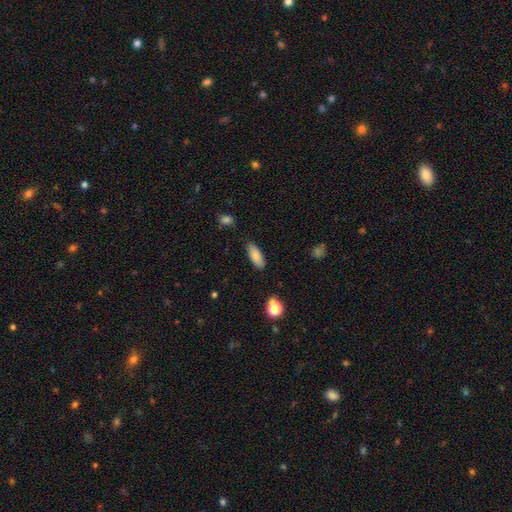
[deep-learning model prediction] smooth_or_featured: smooth (p=0.81) [alt: featured or disk p=0.12]
how_rounded: in between (p=0.79) [alt: cigar-shaped p=0.18]
merging: none (p=0.84) [alt: minor disturbance p=0.12]